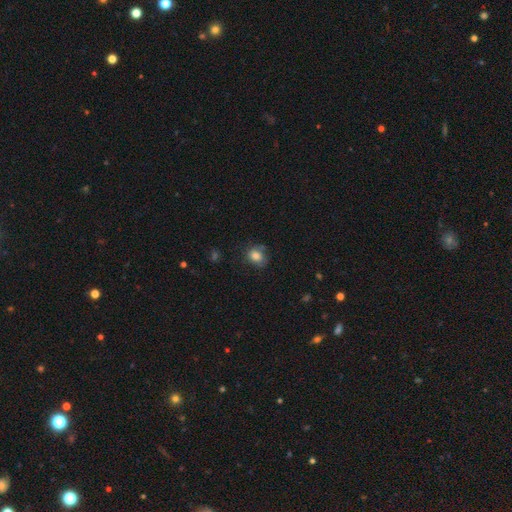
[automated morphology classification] This is clearly a smooth galaxy (81%). How rounded: possibly round (50%). Merging: likely none (61%).